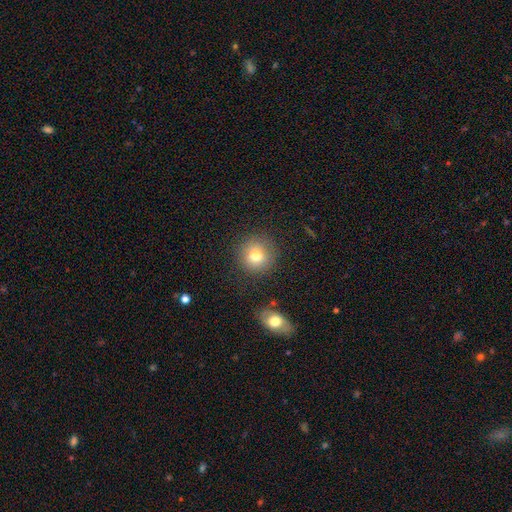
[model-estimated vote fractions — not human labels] A smooth galaxy with no disk features (77%) that is round (92%).

Vote fractions:
- Smooth or featured? smooth: 77% / star or artifact: 12% / featured or disk: 11%
- How rounded? round: 92% / in between: 7% / cigar-shaped: 1%
- Merging? none: 86% / minor disturbance: 9% / major disturbance: 3% / merger: 3%